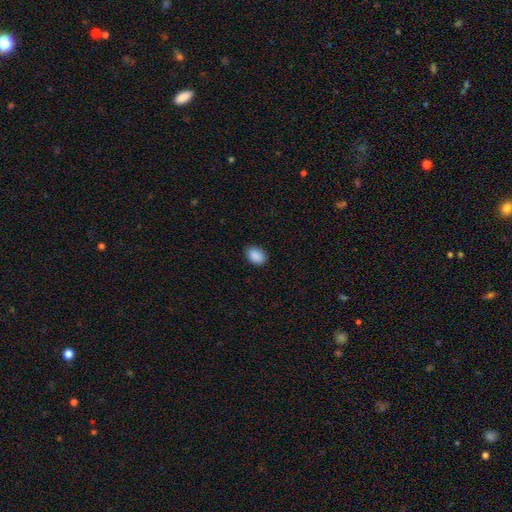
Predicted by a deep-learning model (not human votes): Overall: smooth (90%). How rounded: in between (82%). Merging: none (86%).